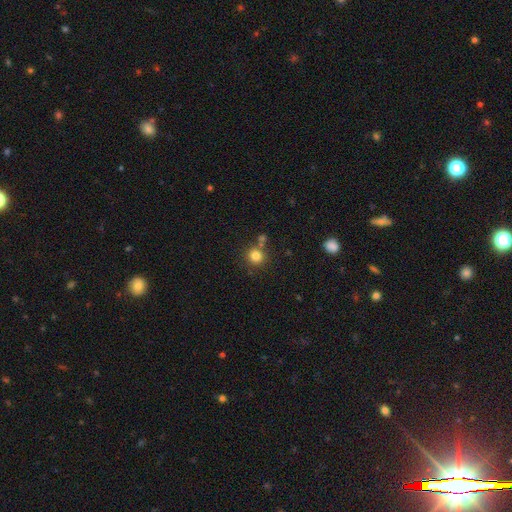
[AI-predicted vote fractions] Overall: smooth (82%). How rounded: round (90%). Merging: none (71%).